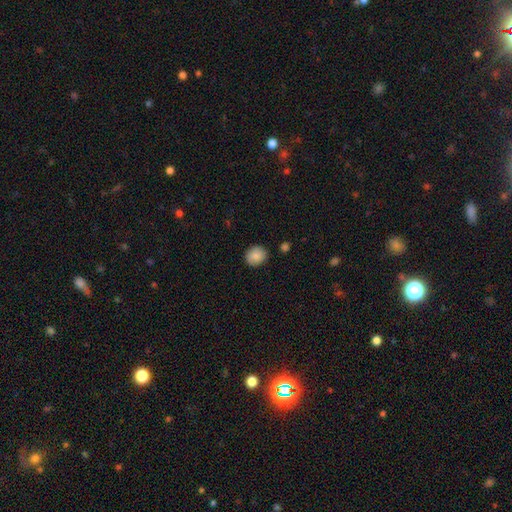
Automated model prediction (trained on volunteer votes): This is clearly a smooth galaxy (87%). How rounded: likely round (72%). Merging: clearly none (87%).